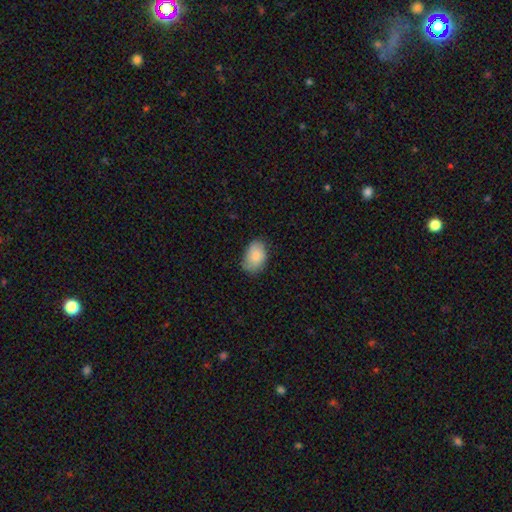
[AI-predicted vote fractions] The model was most divided on "merging": none: 72%, minor disturbance: 22%, major disturbance: 4%, merger: 1%. More confident: how rounded — in between (86%); smooth or featured — smooth (84%).